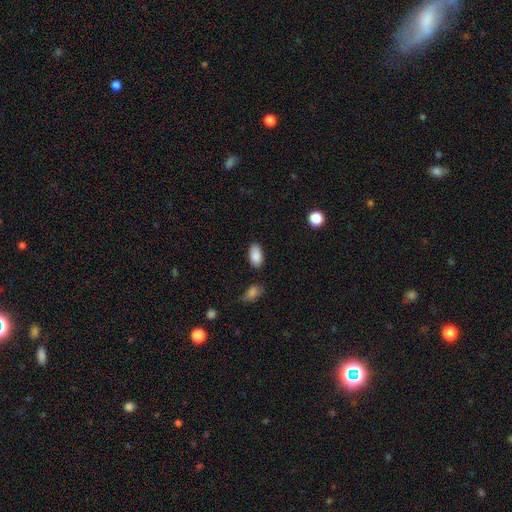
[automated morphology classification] smooth-or-featured: smooth: 88% | star or artifact: 7% | featured or disk: 5%
  how-rounded: in between: 94% | round: 3% | cigar-shaped: 3%
  merging: none: 83% | minor disturbance: 11% | merger: 3% | major disturbance: 3%